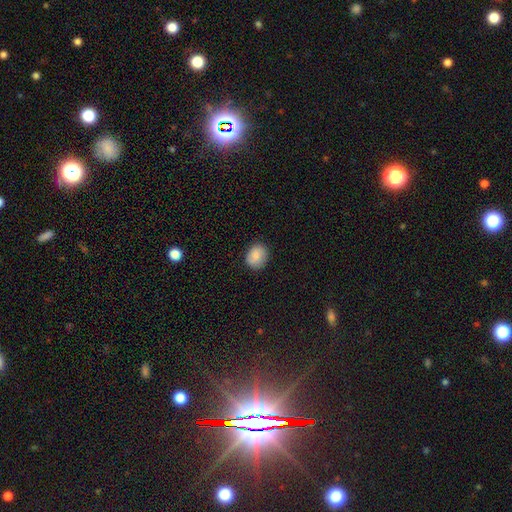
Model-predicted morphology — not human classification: smooth-or-featured: smooth: 86% | star or artifact: 8% | featured or disk: 6%
  how-rounded: round: 59% | in between: 40% | cigar-shaped: 1%
  merging: none: 85% | minor disturbance: 11% | major disturbance: 2% | merger: 1%